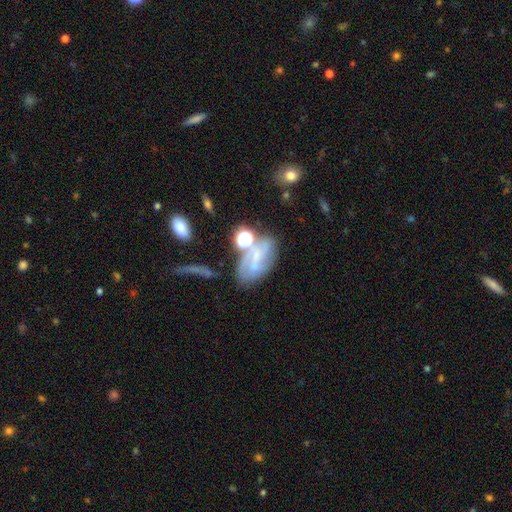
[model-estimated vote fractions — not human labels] Smooth or featured? Predicted: featured or disk (p=0.55). Edge-on disk? Predicted: no (p=0.93). Bar? Predicted: no (p=0.48). Spiral arms? Predicted: yes (p=0.68). Bulge size? Predicted: small (p=0.49). Merging? Predicted: none (p=0.43).